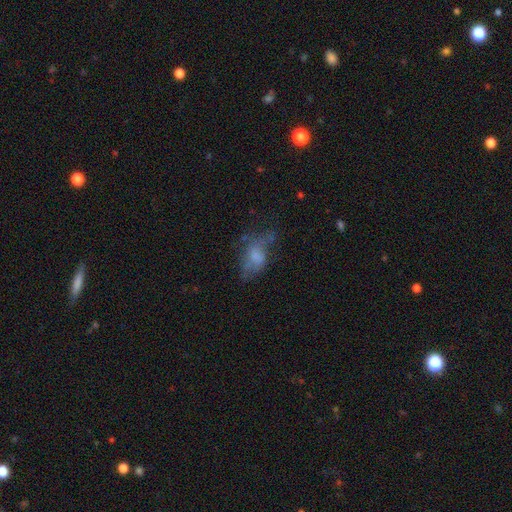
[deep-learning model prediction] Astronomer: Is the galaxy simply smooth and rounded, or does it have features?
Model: smooth — 50% (runner-up: featured or disk, 36%).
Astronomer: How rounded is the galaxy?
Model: in between — 84%.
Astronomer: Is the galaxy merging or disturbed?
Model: none — 38% (runner-up: major disturbance, 32%).